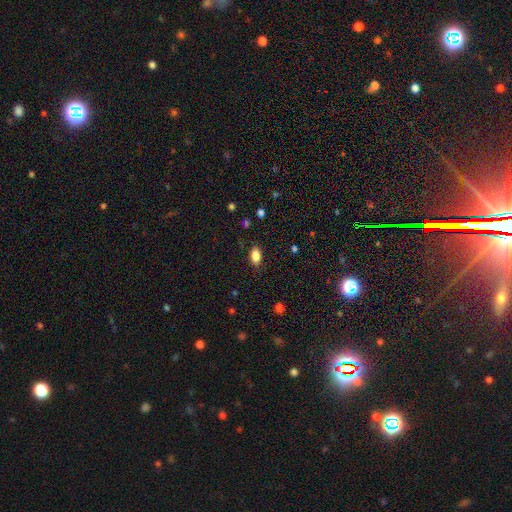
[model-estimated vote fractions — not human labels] The model was most divided on "merging": none: 85%, minor disturbance: 11%, major disturbance: 3%, merger: 1%. More confident: how rounded — in between (90%); smooth or featured — smooth (85%).